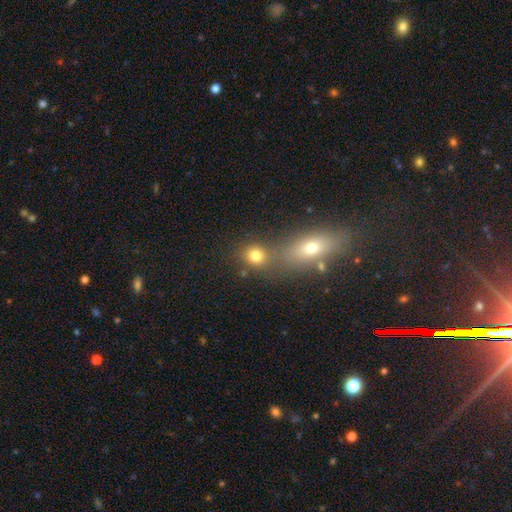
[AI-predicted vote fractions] Smooth or featured? Predicted: smooth (p=0.77). How rounded? Predicted: round (p=0.71). Merging? Predicted: none (p=0.55).